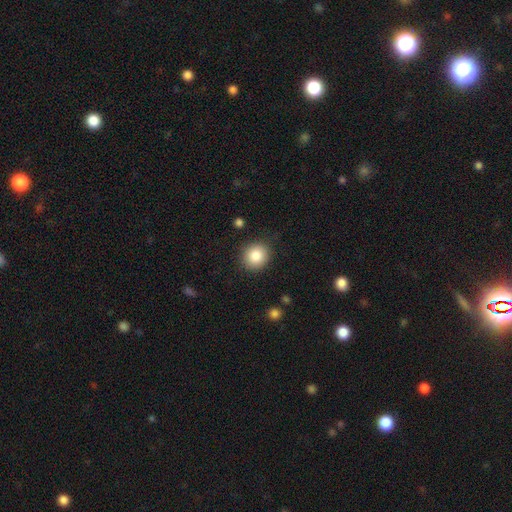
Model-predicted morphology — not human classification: Smooth or featured: smooth — 85% (star or artifact — 9%)
How rounded: round — 83% (in between — 16%)
Merging: none — 87% (minor disturbance — 9%)